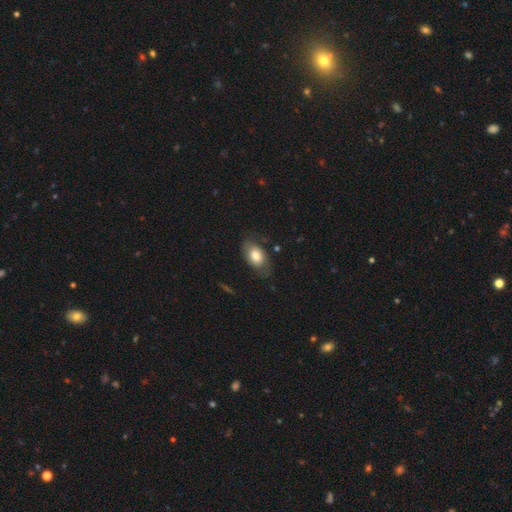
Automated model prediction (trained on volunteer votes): Smooth or featured? Predicted: smooth (p=0.74). How rounded? Predicted: in between (p=0.89). Merging? Predicted: none (p=0.69).